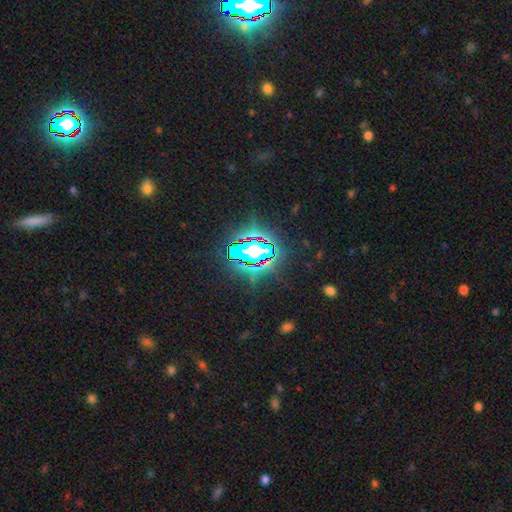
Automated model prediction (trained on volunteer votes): Smooth or featured?
  - star or artifact: 81% *
  - smooth: 11%
  - featured or disk: 8%